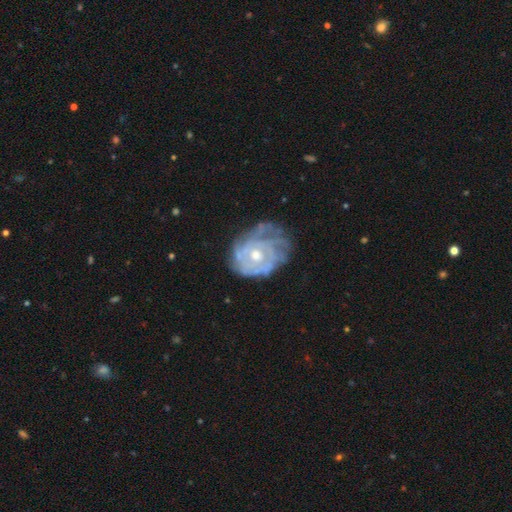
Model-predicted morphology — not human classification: Q: Smooth or featured?
A: featured or disk (81%); runner-up: smooth (13%)
Q: Edge-on disk?
A: no (97%); runner-up: yes (3%)
Q: Bar?
A: no (81%); runner-up: weak (16%)
Q: Spiral arms?
A: yes (84%); runner-up: no (16%)
Q: Spiral winding?
A: tight (72%); runner-up: medium (21%)
Q: Spiral arm count?
A: can't tell (55%); runner-up: 2 (13%)
Q: Bulge size?
A: moderate (63%); runner-up: small (31%)
Q: Merging?
A: none (53%); runner-up: minor disturbance (29%)